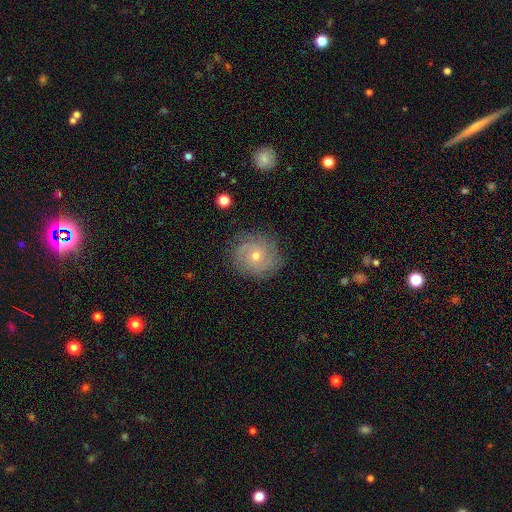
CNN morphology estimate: A featured or disk galaxy (72%) with no bar (79%), tight (65%) spiral arms (92%) and a small central bulge (52%).

Vote fractions:
- Smooth or featured? featured or disk: 72% / smooth: 19% / star or artifact: 9%
- Edge-on disk? no: 97% / yes: 3%
- Bar? no: 79% / weak: 18% / strong: 3%
- Spiral arms? yes: 92% / no: 8%
- Spiral winding? tight: 65% / medium: 27% / loose: 8%
- Spiral arm count? can't tell: 33% / 3: 24% / 2: 21% / 4: 10% / 1: 6% / more than 4: 6%
- Bulge size? small: 52% / moderate: 45% / large: 1% / none: 1% / dominant: 1%
- Merging? none: 81% / minor disturbance: 13% / major disturbance: 5% / merger: 1%